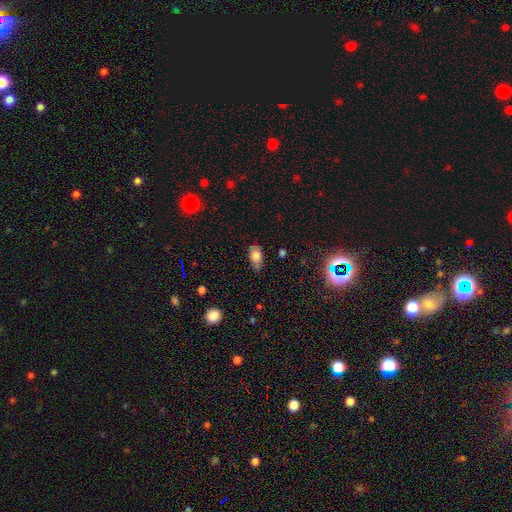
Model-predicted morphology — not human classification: This is likely a smooth galaxy (70%). How rounded: clearly in between (87%). Merging: likely none (66%).